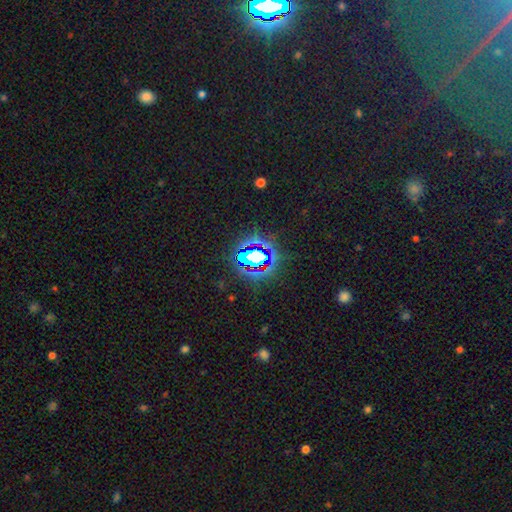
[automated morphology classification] type=star or artifact (74%).